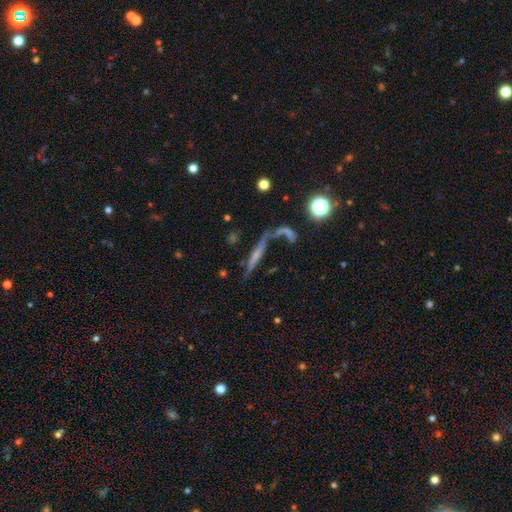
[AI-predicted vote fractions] A featured or disk galaxy (52%) viewed edge-on (67%). Merging: none (42%).